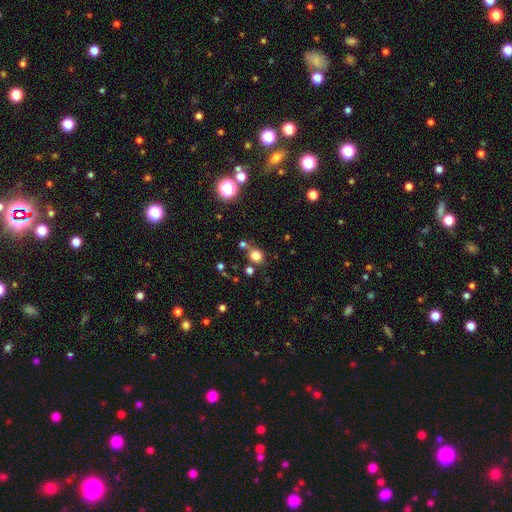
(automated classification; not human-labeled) A smooth galaxy with no disk features (78%) that is round (79%).

Vote fractions:
- Smooth or featured? smooth: 78% / star or artifact: 16% / featured or disk: 7%
- How rounded? round: 79% / in between: 20% / cigar-shaped: 1%
- Merging? none: 67% / merger: 17% / minor disturbance: 12% / major disturbance: 5%